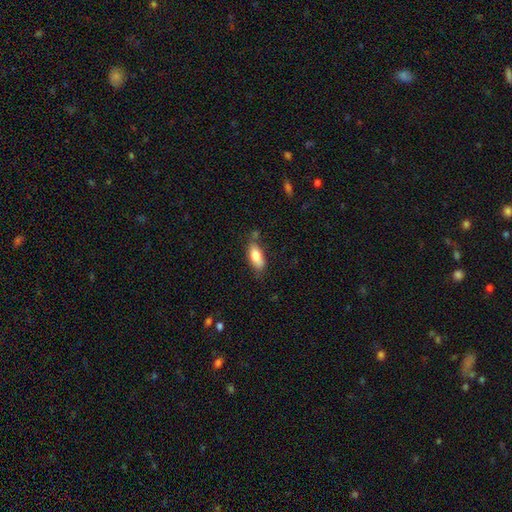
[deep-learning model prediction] smooth-or-featured: smooth: 79% | featured or disk: 14% | star or artifact: 7%
  how-rounded: in between: 77% | cigar-shaped: 21% | round: 2%
  merging: none: 68% | minor disturbance: 22% | merger: 6% | major disturbance: 5%